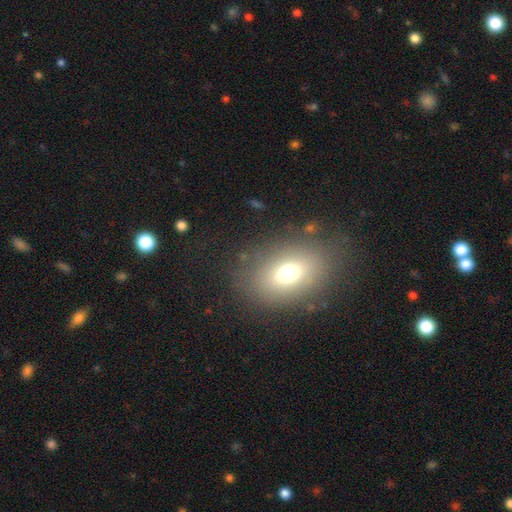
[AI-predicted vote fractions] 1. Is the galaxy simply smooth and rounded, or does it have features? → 69% smooth, 17% featured or disk, 14% star or artifact.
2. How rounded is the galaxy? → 80% in between, 18% round, 2% cigar-shaped.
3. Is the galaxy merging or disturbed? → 81% none, 12% minor disturbance, 5% major disturbance, 2% merger.